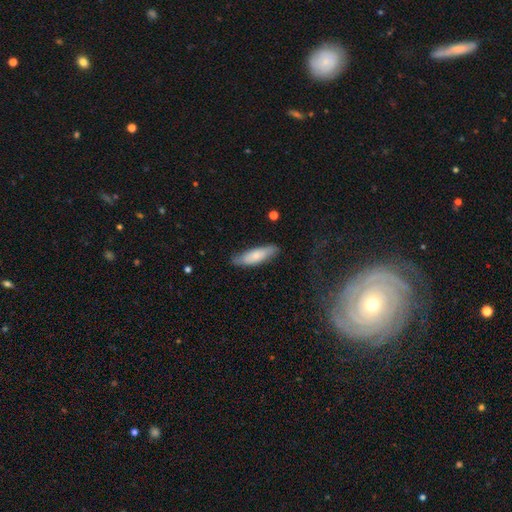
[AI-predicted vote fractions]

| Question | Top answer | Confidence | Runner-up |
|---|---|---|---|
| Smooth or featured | smooth | 72% | featured or disk (23%) |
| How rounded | cigar-shaped | 52% | in between (47%) |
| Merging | none | 78% | minor disturbance (17%) |